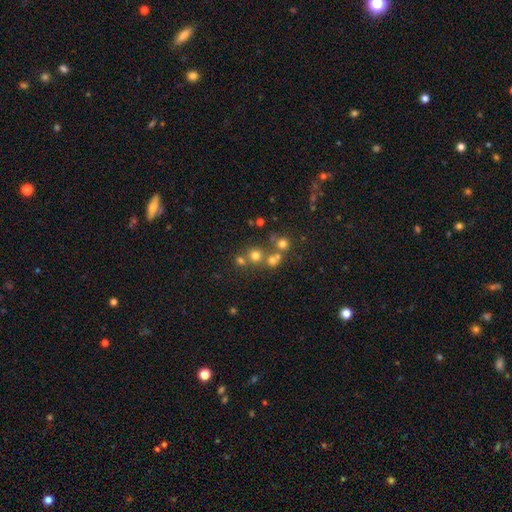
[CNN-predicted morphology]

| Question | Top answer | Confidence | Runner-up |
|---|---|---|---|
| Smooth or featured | smooth | 65% | star or artifact (22%) |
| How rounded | round | 89% | in between (10%) |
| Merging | none | 60% | merger (29%) |